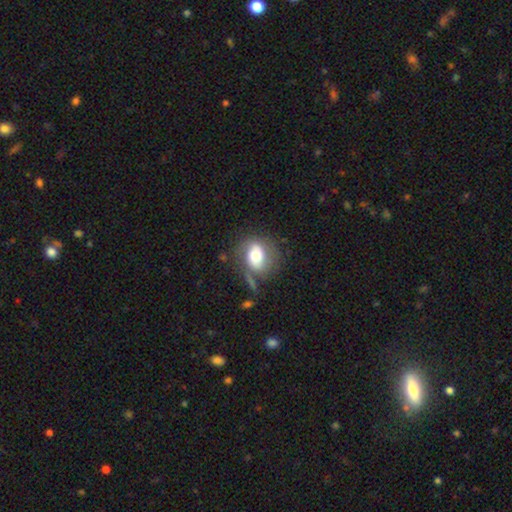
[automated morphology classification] Smooth or featured? smooth (57%)
How rounded? round (51%)
Merging? none (59%)